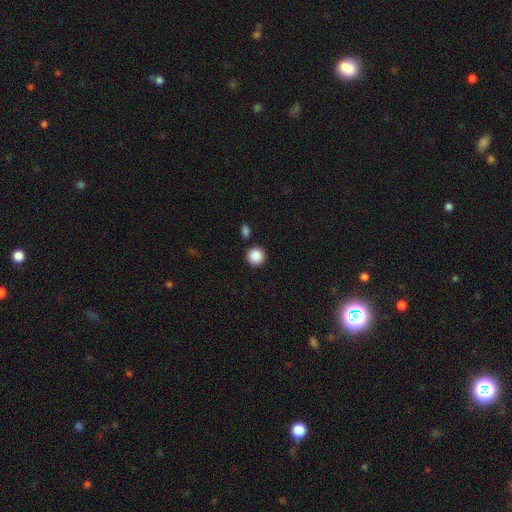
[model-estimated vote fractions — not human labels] smooth_or_featured: smooth (p=0.88) [alt: star or artifact p=0.09]
how_rounded: round (p=0.94) [alt: in between p=0.05]
merging: none (p=0.87) [alt: minor disturbance p=0.07]